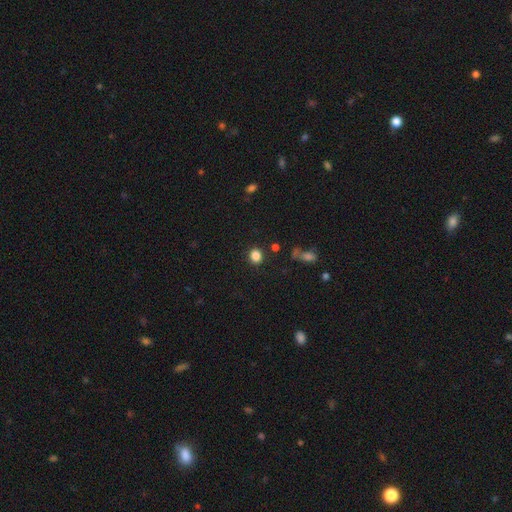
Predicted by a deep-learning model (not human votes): Smooth or featured? Predicted: smooth (p=0.85). How rounded? Predicted: round (p=0.66). Merging? Predicted: none (p=0.87).